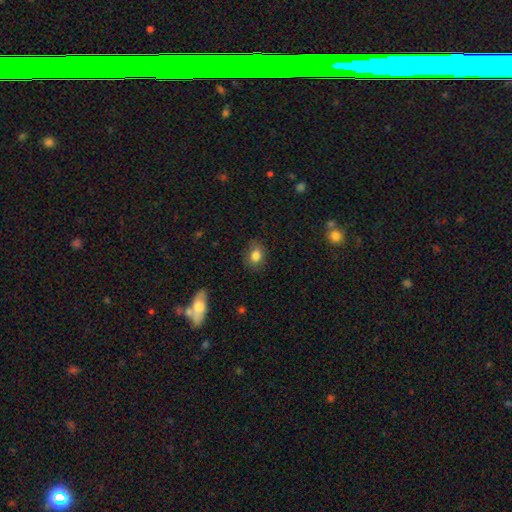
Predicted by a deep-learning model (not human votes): A smooth galaxy with no disk features (82%) that is in between round and cigar-shaped (63%). Merging: none (79%).